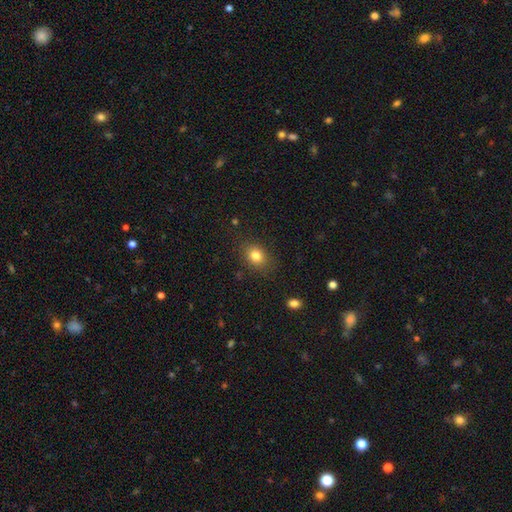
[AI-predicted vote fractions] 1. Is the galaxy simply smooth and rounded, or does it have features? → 81% smooth, 11% star or artifact, 8% featured or disk.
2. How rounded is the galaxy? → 56% in between, 43% round, 1% cigar-shaped.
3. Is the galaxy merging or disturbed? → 83% none, 12% minor disturbance, 4% major disturbance, 1% merger.